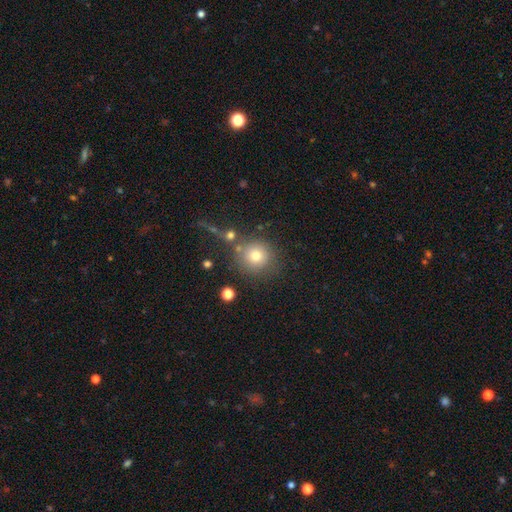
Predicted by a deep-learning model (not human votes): A smooth galaxy with no disk features (76%) that is round (92%).

Vote fractions:
- Smooth or featured? smooth: 76% / star or artifact: 13% / featured or disk: 11%
- How rounded? round: 92% / in between: 7% / cigar-shaped: 1%
- Merging? none: 74% / minor disturbance: 11% / merger: 9% / major disturbance: 5%